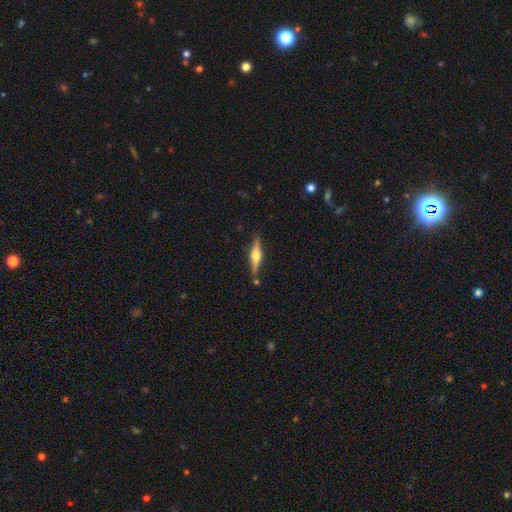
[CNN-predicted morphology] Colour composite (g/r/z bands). It shows a featured or disk galaxy (67%) viewed edge-on (97%) with a rounded central bulge (91%). Merging: none (82%).